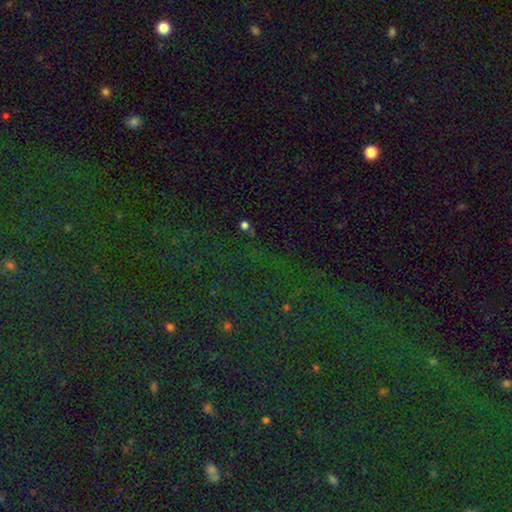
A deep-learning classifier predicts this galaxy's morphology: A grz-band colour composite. It shows a star or artifact, not a galaxy (81%).